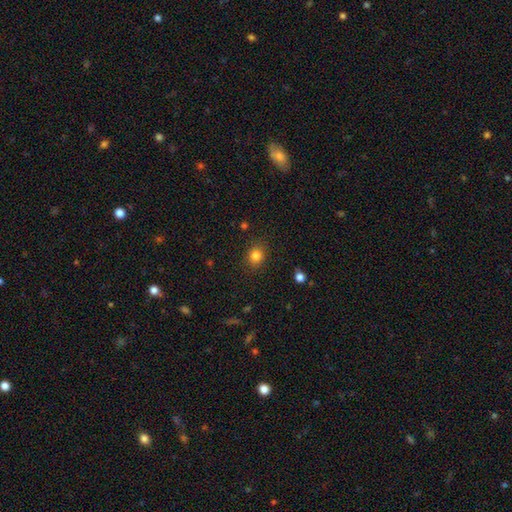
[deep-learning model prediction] Q: Smooth or featured?
A: smooth (83%); runner-up: star or artifact (12%)
Q: How rounded?
A: round (71%); runner-up: in between (28%)
Q: Merging?
A: none (87%); runner-up: minor disturbance (9%)